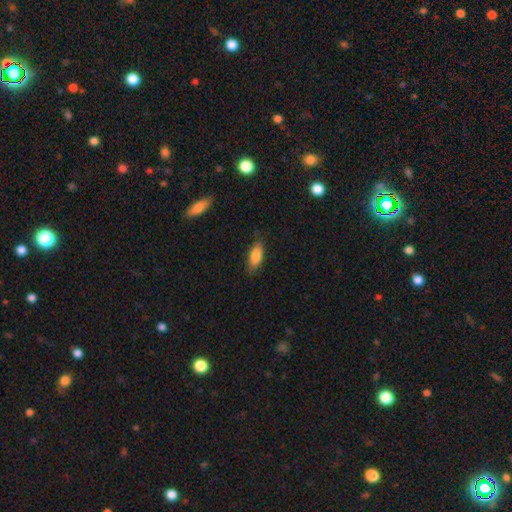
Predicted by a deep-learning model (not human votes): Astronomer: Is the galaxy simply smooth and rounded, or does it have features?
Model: smooth — 84%.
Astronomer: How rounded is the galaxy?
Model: in between — 80%.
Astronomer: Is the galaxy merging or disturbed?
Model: none — 79%.